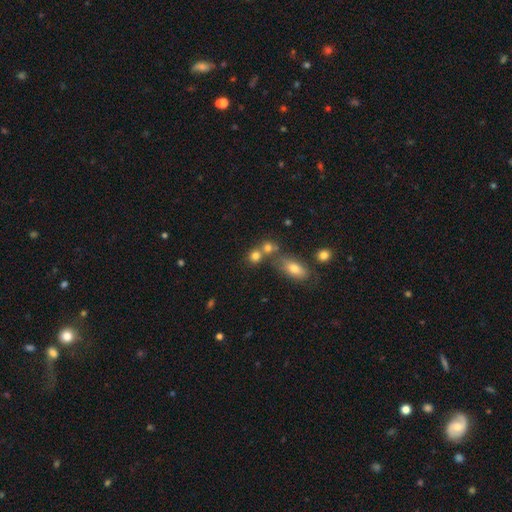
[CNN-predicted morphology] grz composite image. It shows a smooth galaxy with no disk features (76%) that is round (74%). Merging: none (50%).